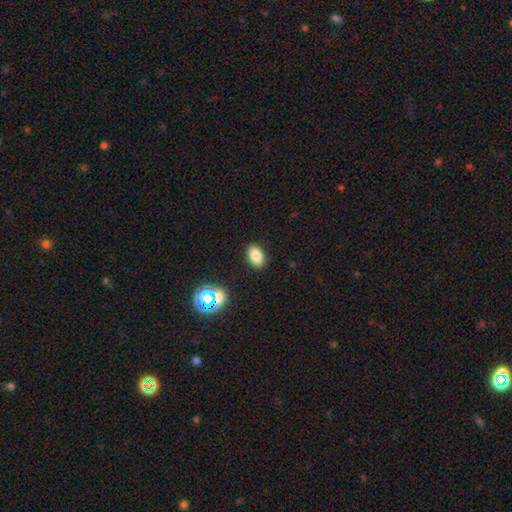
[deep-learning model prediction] smooth 81%, star or artifact 12%, featured or disk 7%. Down the decision tree: how rounded — in between (86%); merging — none (88%).